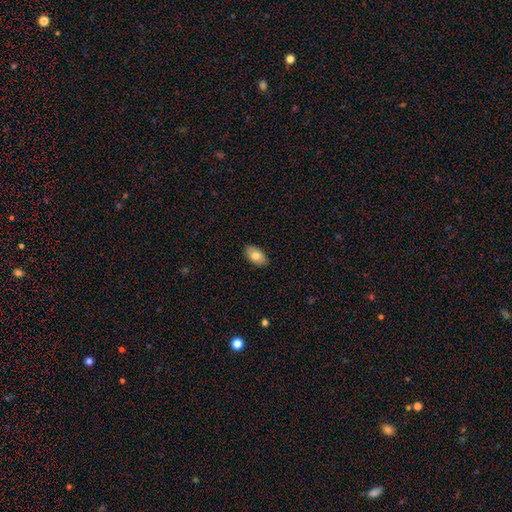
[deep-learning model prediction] Smooth or featured? Predicted: smooth (p=0.77). How rounded? Predicted: in between (p=0.93). Merging? Predicted: none (p=0.88).